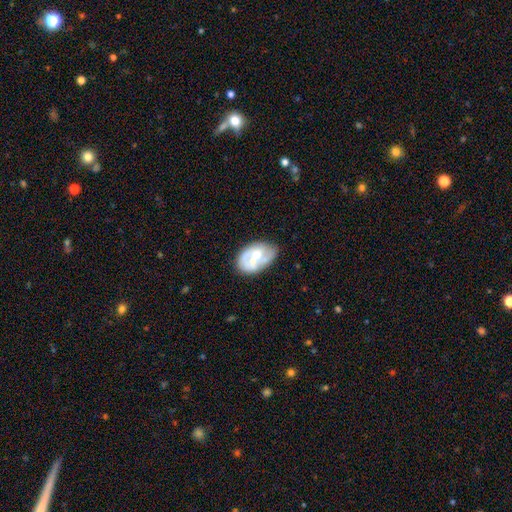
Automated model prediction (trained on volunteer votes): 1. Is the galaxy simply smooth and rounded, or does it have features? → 62% featured or disk, 32% smooth, 6% star or artifact.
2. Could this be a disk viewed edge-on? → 97% no, 3% yes.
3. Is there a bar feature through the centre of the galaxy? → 61% no, 31% weak, 8% strong.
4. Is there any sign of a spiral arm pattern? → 56% yes, 44% no.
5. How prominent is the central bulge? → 57% moderate, 30% small, 6% none, 6% large, 1% dominant.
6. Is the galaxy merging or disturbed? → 51% none, 25% minor disturbance, 12% merger, 11% major disturbance.